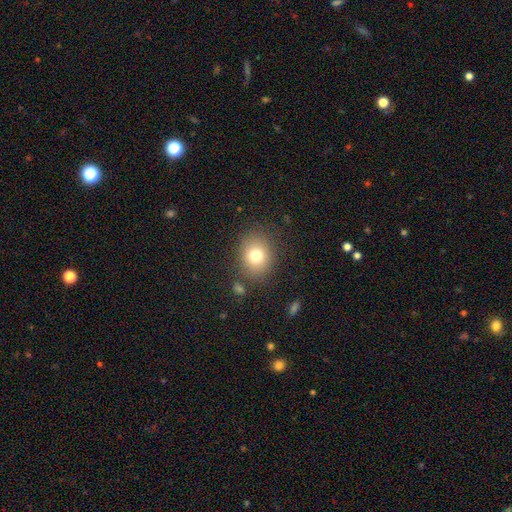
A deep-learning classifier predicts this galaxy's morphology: type=smooth (76%); roundness=round (63%); merging=none (82%).